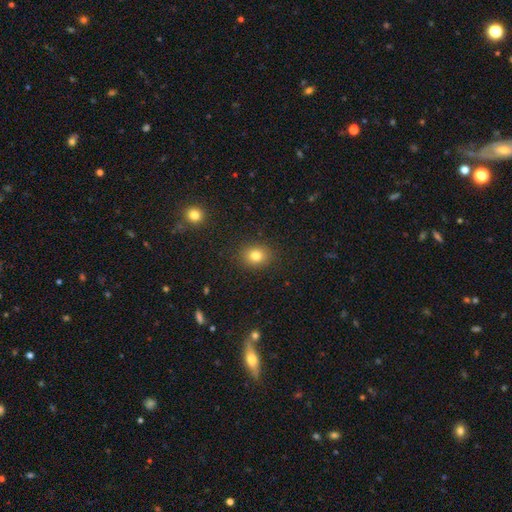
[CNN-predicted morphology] Smooth or featured? smooth (80%)
How rounded? round (56%)
Merging? none (88%)